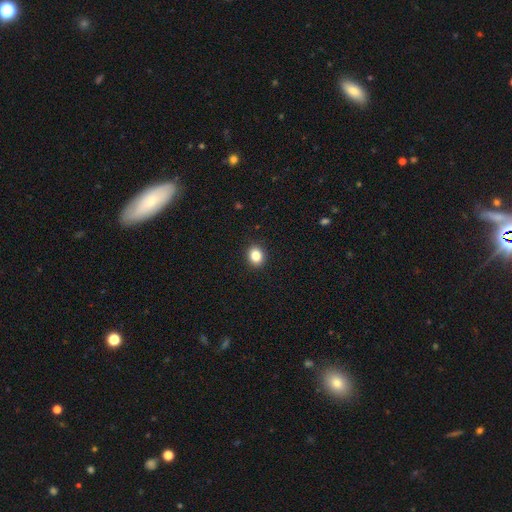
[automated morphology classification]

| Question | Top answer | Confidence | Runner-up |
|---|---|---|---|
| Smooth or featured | smooth | 84% | star or artifact (10%) |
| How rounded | round | 66% | in between (34%) |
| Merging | none | 92% | minor disturbance (6%) |